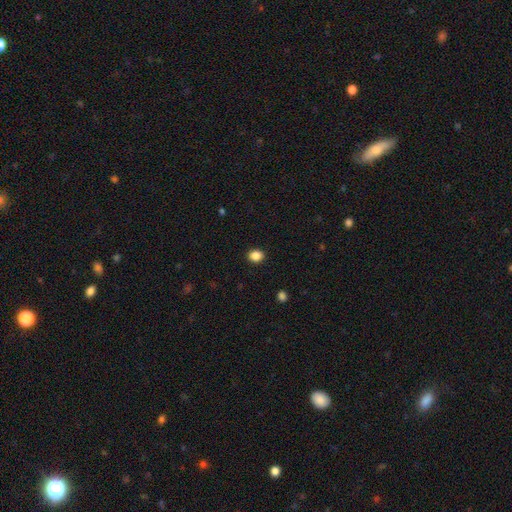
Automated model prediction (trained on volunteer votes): smooth 87%, star or artifact 10%, featured or disk 3%. Down the decision tree: how rounded — round (59%); merging — none (91%).